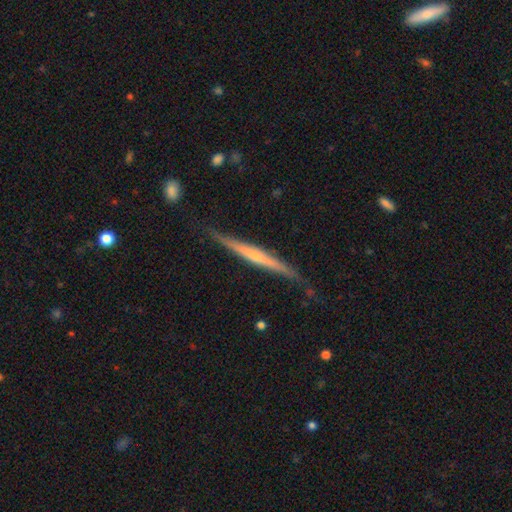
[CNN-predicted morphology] A featured or disk galaxy (64%) viewed edge-on (97%) with no central bulge (56%). Merging: none (83%).